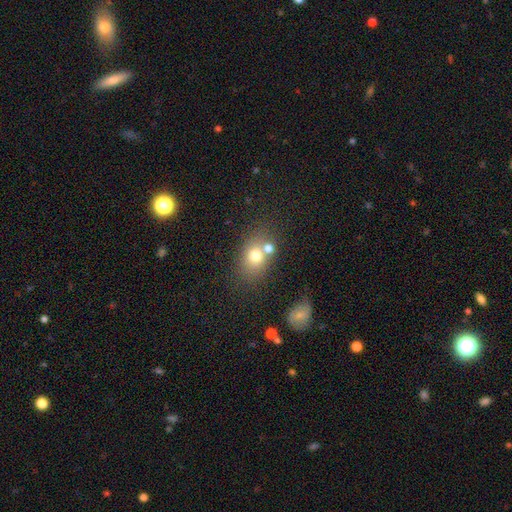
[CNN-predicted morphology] Smooth or featured? smooth (72%)
How rounded? in between (60%)
Merging? none (56%)